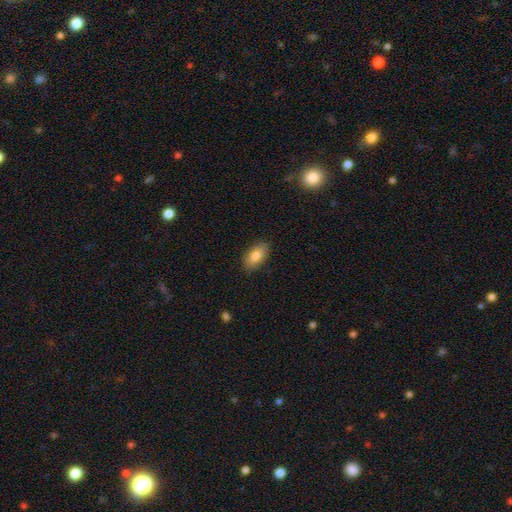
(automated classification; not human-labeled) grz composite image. It shows a smooth galaxy with no disk features (83%) that is in between round and cigar-shaped (92%). Merging: none (87%).